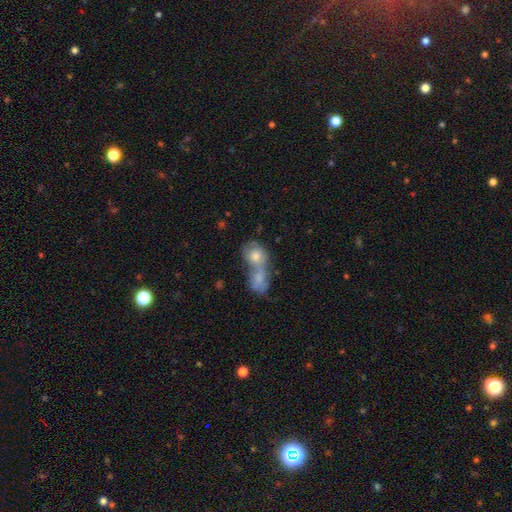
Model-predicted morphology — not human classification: Smooth or featured? Predicted: smooth (p=0.65). How rounded? Predicted: round (p=0.52). Merging? Predicted: merger (p=0.76).